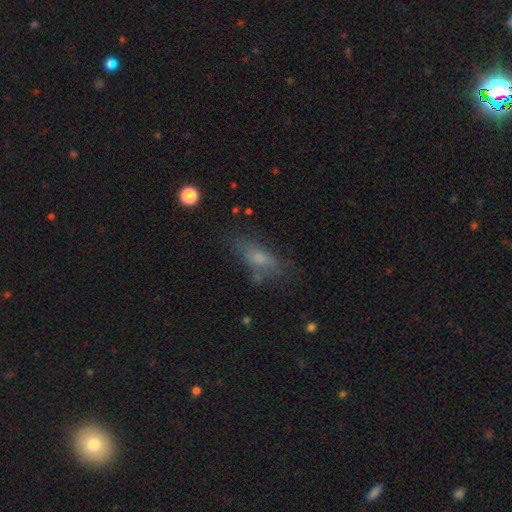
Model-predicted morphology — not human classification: Overall: smooth (49%; featured or disk 27%). Merging: none (68%).